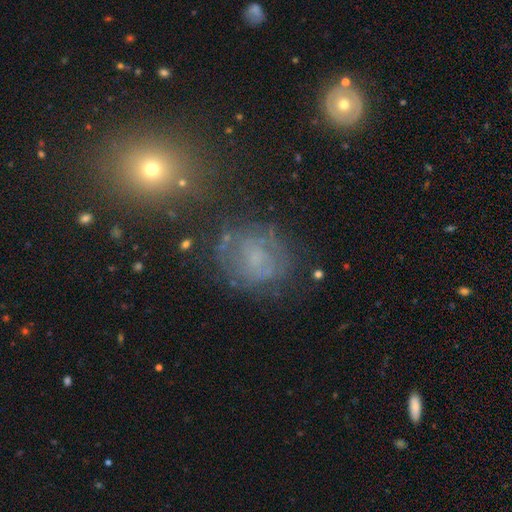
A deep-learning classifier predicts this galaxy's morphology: Smooth or featured? Predicted: featured or disk (p=0.48). Merging? Predicted: none (p=0.69).